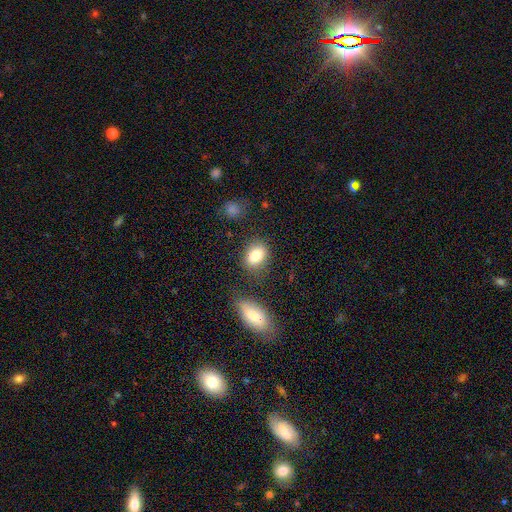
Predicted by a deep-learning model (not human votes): This is clearly a smooth galaxy (82%). How rounded: likely in between (69%). Merging: likely none (71%).